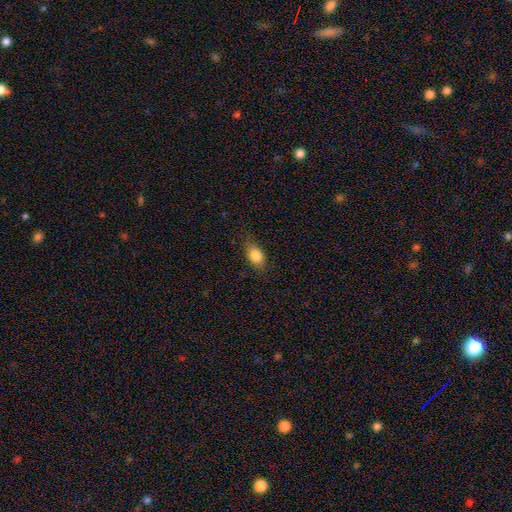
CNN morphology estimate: Q: Smooth or featured?
A: smooth (85%); runner-up: star or artifact (8%)
Q: How rounded?
A: in between (81%); runner-up: round (14%)
Q: Merging?
A: none (77%); runner-up: minor disturbance (18%)